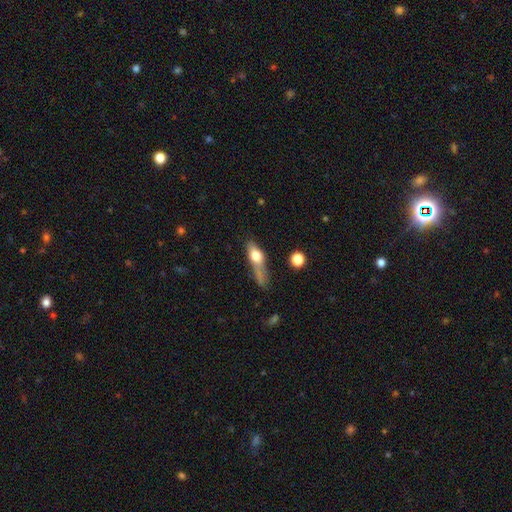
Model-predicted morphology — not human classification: smooth-or-featured: smooth: 62% | featured or disk: 29% | star or artifact: 9%
  how-rounded: in between: 50% | cigar-shaped: 40% | round: 10%
  merging: none: 34% | minor disturbance: 26% | major disturbance: 24% | merger: 16%